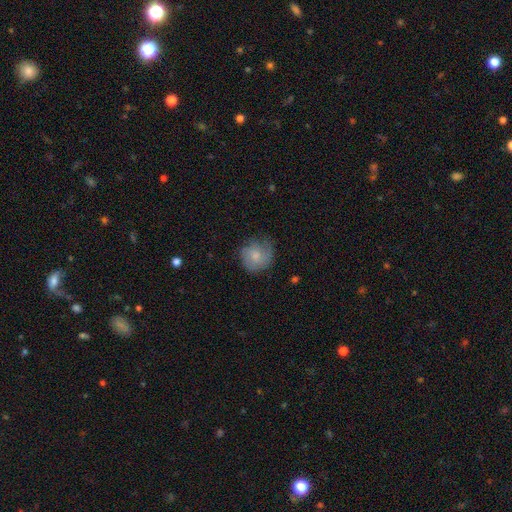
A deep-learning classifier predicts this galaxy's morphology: type=smooth (66%); roundness=round (87%); merging=none (63%).